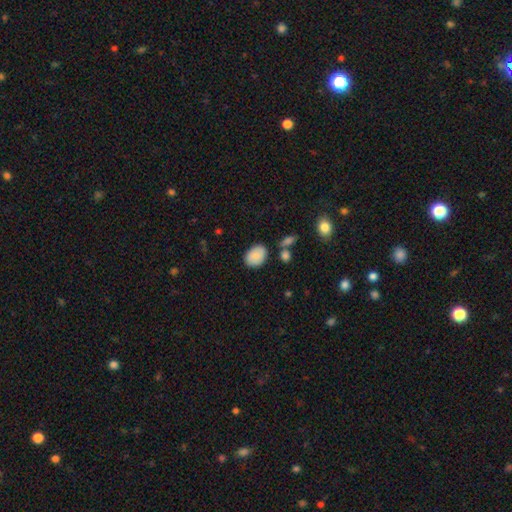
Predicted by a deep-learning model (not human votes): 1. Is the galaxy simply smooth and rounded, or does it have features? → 83% smooth, 10% featured or disk, 7% star or artifact.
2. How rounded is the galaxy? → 80% in between, 19% round, 1% cigar-shaped.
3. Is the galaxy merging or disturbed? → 77% none, 14% minor disturbance, 5% merger, 3% major disturbance.